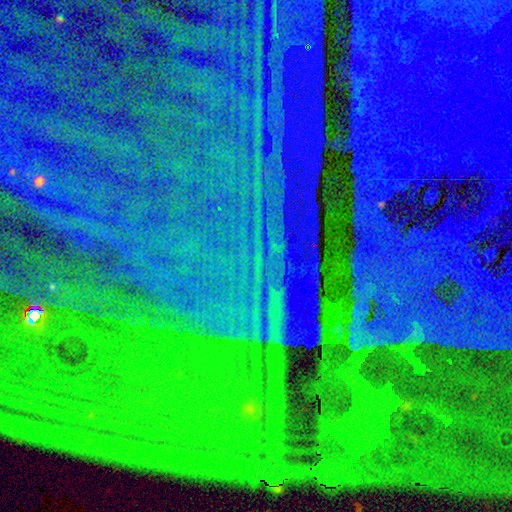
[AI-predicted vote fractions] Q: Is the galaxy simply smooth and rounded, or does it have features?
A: star or artifact — 89%.